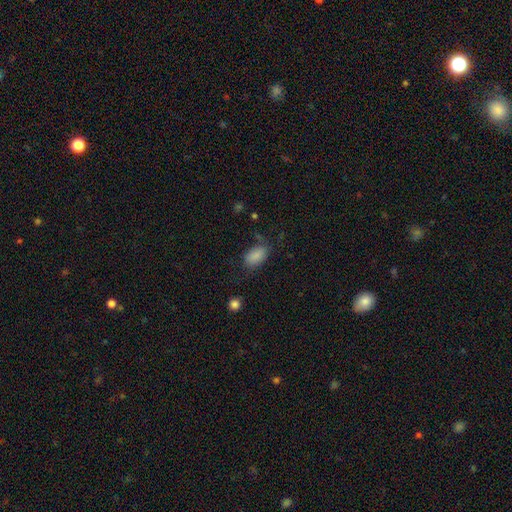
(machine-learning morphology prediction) smooth-or-featured: smooth: 87% | star or artifact: 8% | featured or disk: 5%
  how-rounded: in between: 93% | round: 5% | cigar-shaped: 2%
  merging: none: 70% | minor disturbance: 21% | major disturbance: 7% | merger: 3%